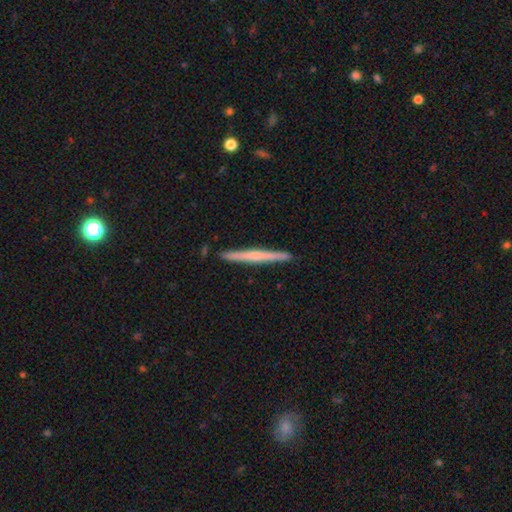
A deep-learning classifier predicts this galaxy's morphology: Smooth or featured? Predicted: featured or disk (p=0.52). Edge-on disk? Predicted: yes (p=0.98). Edge-on bulge? Predicted: none (p=0.58). Merging? Predicted: none (p=0.92).